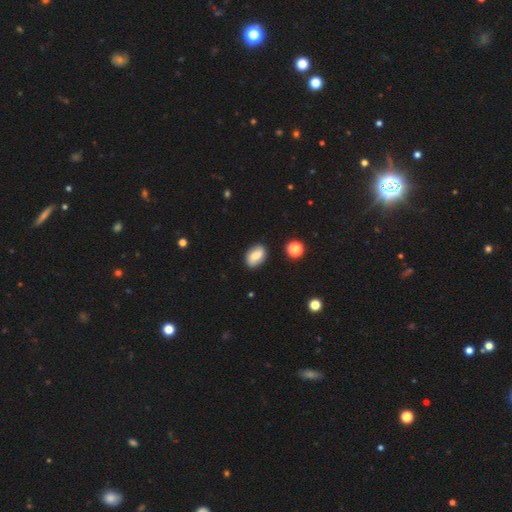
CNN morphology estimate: Q: Smooth or featured?
A: smooth (62%); runner-up: featured or disk (29%)
Q: How rounded?
A: in between (84%); runner-up: round (14%)
Q: Merging?
A: none (83%); runner-up: minor disturbance (12%)